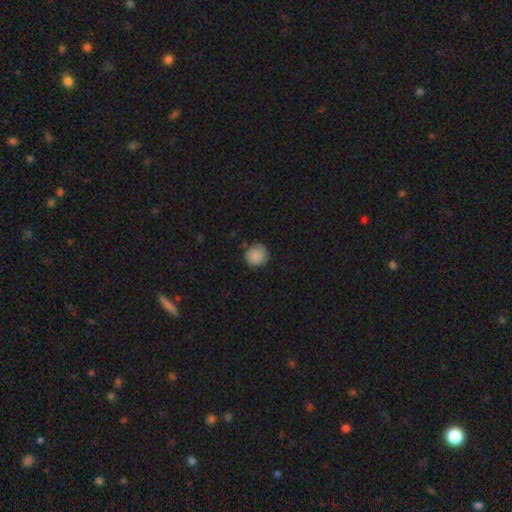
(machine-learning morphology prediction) The model was most divided on "merging": none: 78%, minor disturbance: 17%, major disturbance: 3%, merger: 2%. More confident: how rounded — round (89%); smooth or featured — smooth (87%).